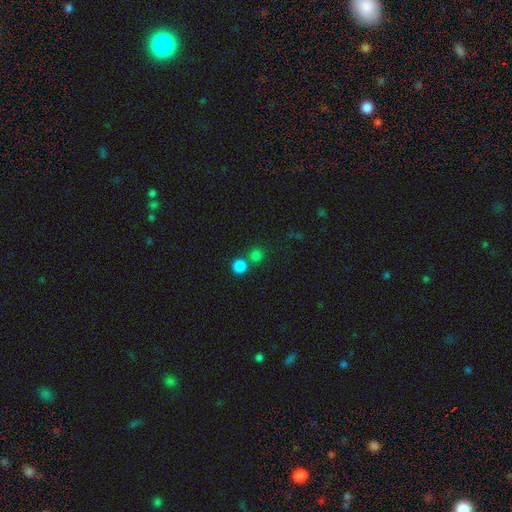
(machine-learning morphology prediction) Overall: smooth (81%). How rounded: round (91%). Merging: none (63%; merger 28%).